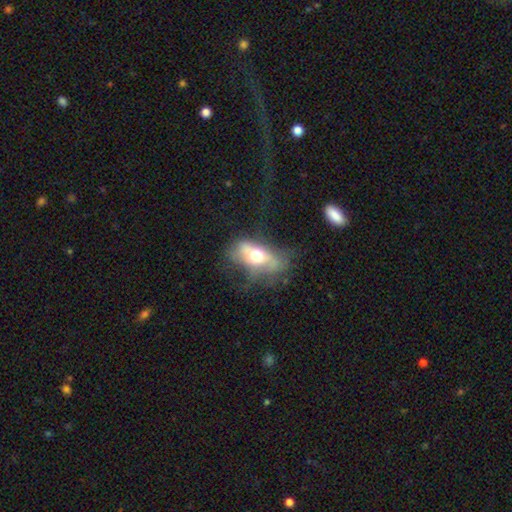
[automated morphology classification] smooth_or_featured: smooth (p=0.46) [alt: featured or disk p=0.45]
merging: none (p=0.42) [alt: major disturbance p=0.28]